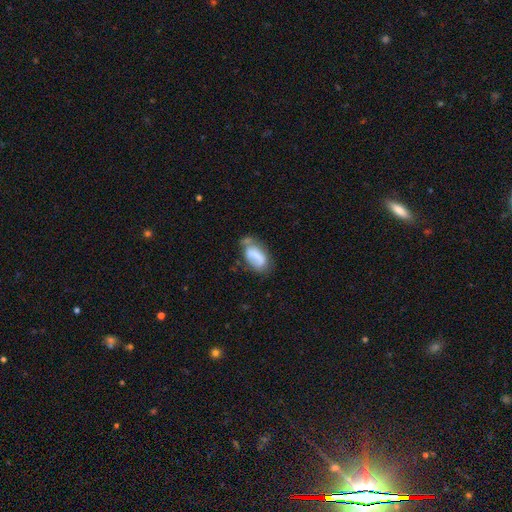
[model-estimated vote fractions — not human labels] Overall: smooth (63%; featured or disk 29%). How rounded: in between (90%). Merging: none (36%; minor disturbance 33%).